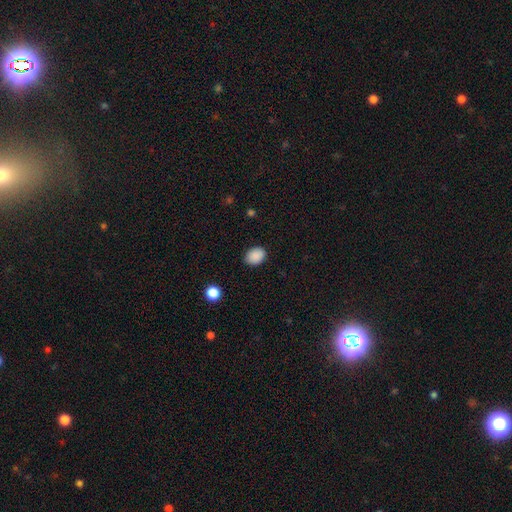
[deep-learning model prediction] Morphology: type=smooth (89%); roundness=in between (65%); merging=none (85%).